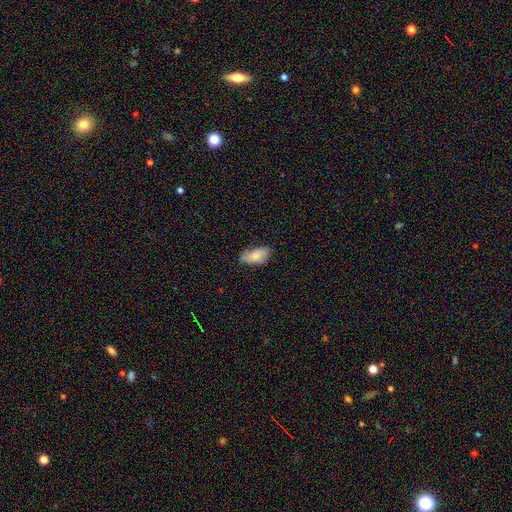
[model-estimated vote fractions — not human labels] The model was most divided on "merging": none: 64%, minor disturbance: 28%, major disturbance: 6%, merger: 2%. More confident: how rounded — in between (92%); smooth or featured — smooth (78%).